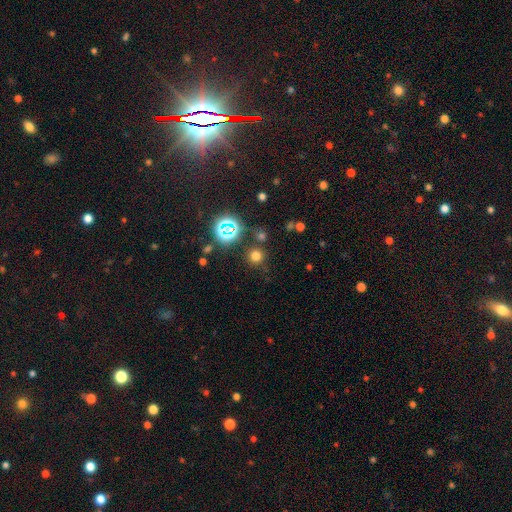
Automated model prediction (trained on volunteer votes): smooth_or_featured: smooth (p=0.67) [alt: star or artifact p=0.26]
how_rounded: round (p=0.94) [alt: in between p=0.05]
merging: none (p=0.84) [alt: minor disturbance p=0.07]